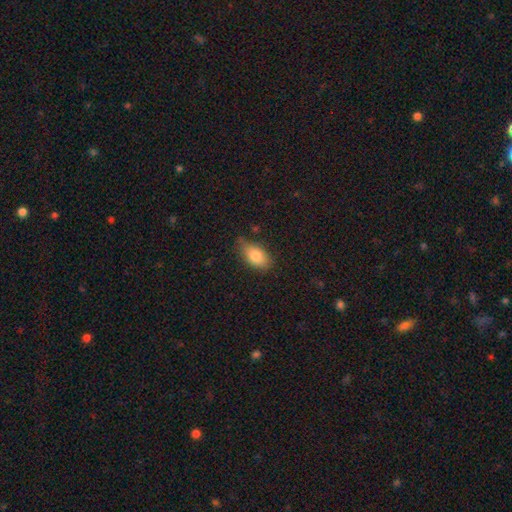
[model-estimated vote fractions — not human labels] Q: Smooth or featured?
A: smooth (81%); runner-up: featured or disk (11%)
Q: How rounded?
A: in between (89%); runner-up: round (7%)
Q: Merging?
A: none (69%); runner-up: minor disturbance (24%)